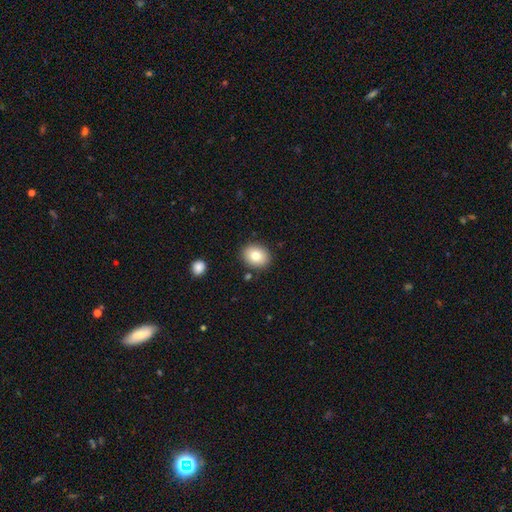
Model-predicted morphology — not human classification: Smooth or featured?
  - smooth: 81% *
  - featured or disk: 10%
  - star or artifact: 9%
How rounded?
  - round: 54% *
  - in between: 45%
  - cigar-shaped: 1%
Merging?
  - none: 87% *
  - minor disturbance: 8%
  - merger: 2%
  - major disturbance: 2%